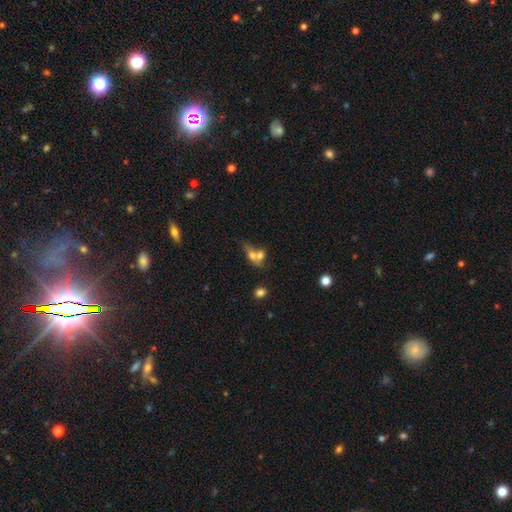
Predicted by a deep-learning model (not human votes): smooth_or_featured: smooth (p=0.60) [alt: featured or disk p=0.27]
how_rounded: in between (p=0.56) [alt: round p=0.33]
merging: merger (p=0.65) [alt: none p=0.21]